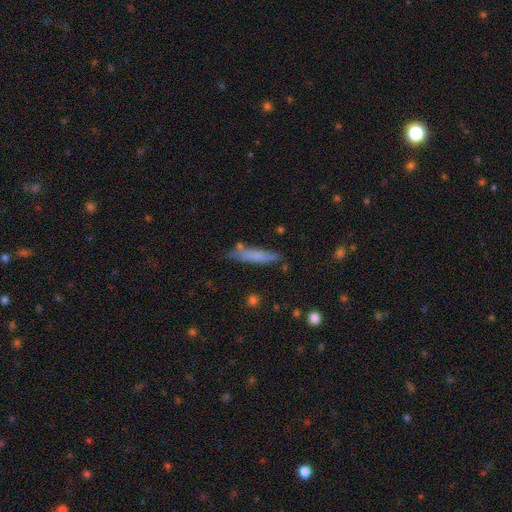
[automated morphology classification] type=smooth (71%); roundness=cigar-shaped (87%); merging=none (71%).